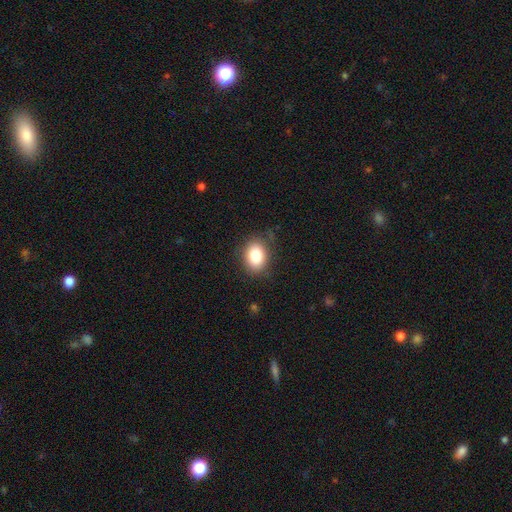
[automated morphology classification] Smooth or featured? Predicted: smooth (p=0.83). How rounded? Predicted: in between (p=0.69). Merging? Predicted: none (p=0.80).